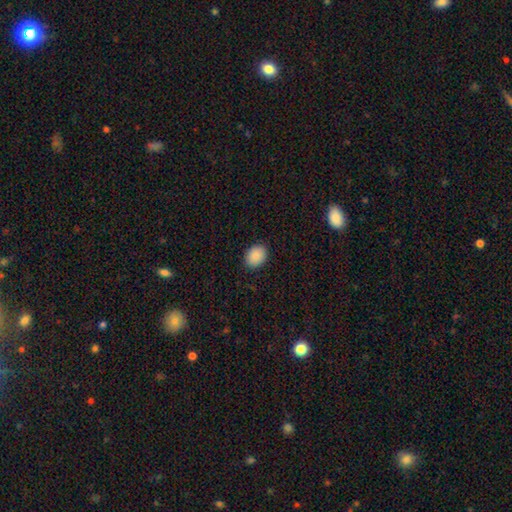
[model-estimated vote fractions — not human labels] smooth 90%, star or artifact 8%, featured or disk 3%. Down the decision tree: how rounded — in between (61%); merging — none (89%).